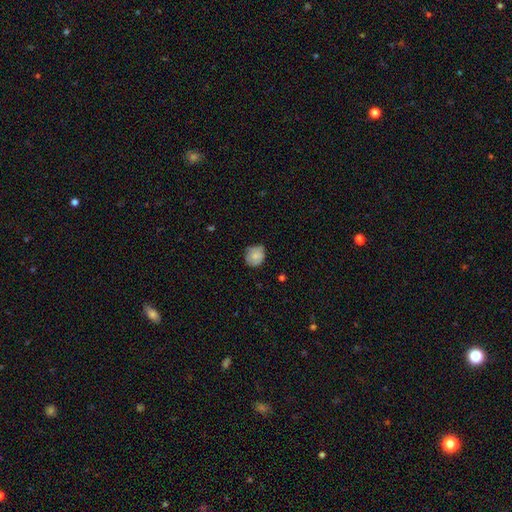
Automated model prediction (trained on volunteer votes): Smooth or featured? Predicted: smooth (p=0.77). How rounded? Predicted: round (p=0.74). Merging? Predicted: none (p=0.64).